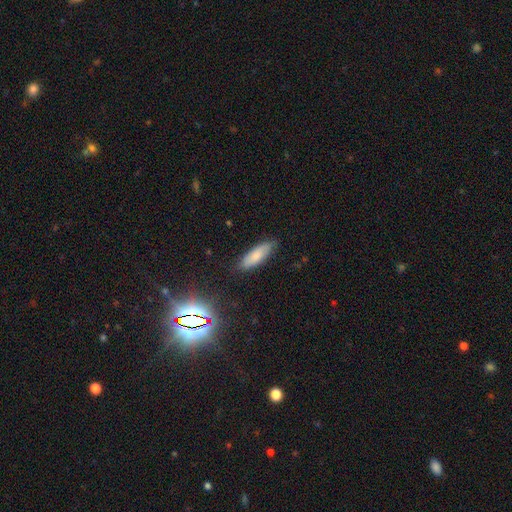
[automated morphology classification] Smooth or featured? Predicted: smooth (p=0.75). How rounded? Predicted: in between (p=0.61). Merging? Predicted: none (p=0.81).